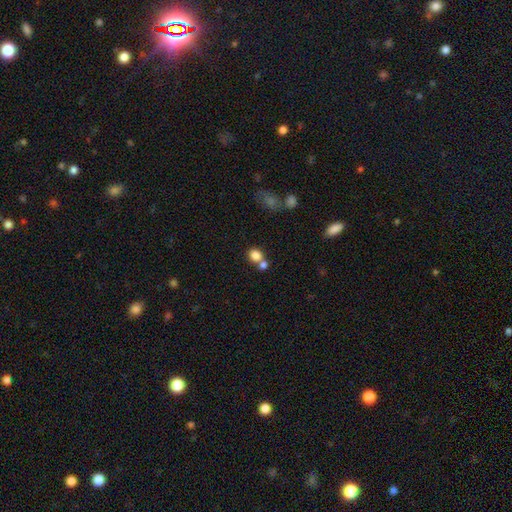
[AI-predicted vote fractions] Smooth or featured?
  - smooth: 82% *
  - star or artifact: 11%
  - featured or disk: 7%
How rounded?
  - round: 75% *
  - in between: 24%
  - cigar-shaped: 1%
Merging?
  - none: 50% *
  - merger: 38%
  - minor disturbance: 8%
  - major disturbance: 4%